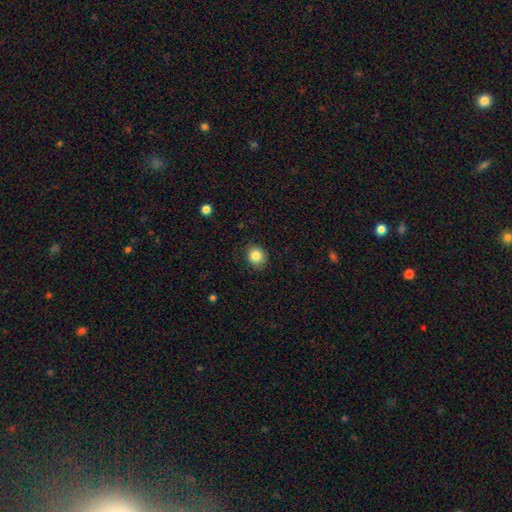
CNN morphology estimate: smooth-or-featured: smooth: 85% | star or artifact: 10% | featured or disk: 5%
  how-rounded: round: 74% | in between: 25% | cigar-shaped: 1%
  merging: none: 86% | minor disturbance: 11% | major disturbance: 3% | merger: 1%